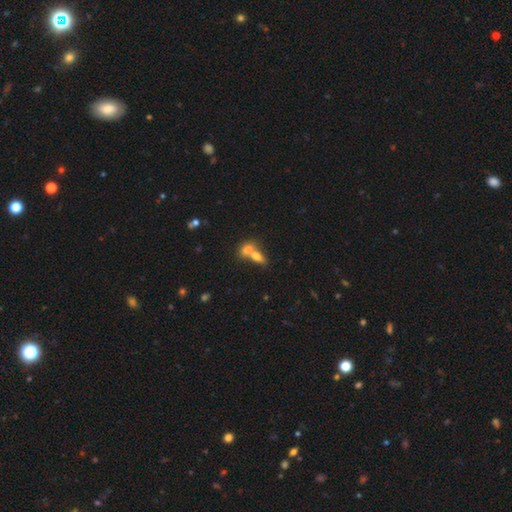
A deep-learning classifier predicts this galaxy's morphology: Smooth or featured?
  - smooth: 69% *
  - featured or disk: 20%
  - star or artifact: 10%
How rounded?
  - in between: 73% *
  - cigar-shaped: 14%
  - round: 13%
Merging?
  - merger: 66% *
  - none: 24%
  - minor disturbance: 6%
  - major disturbance: 4%